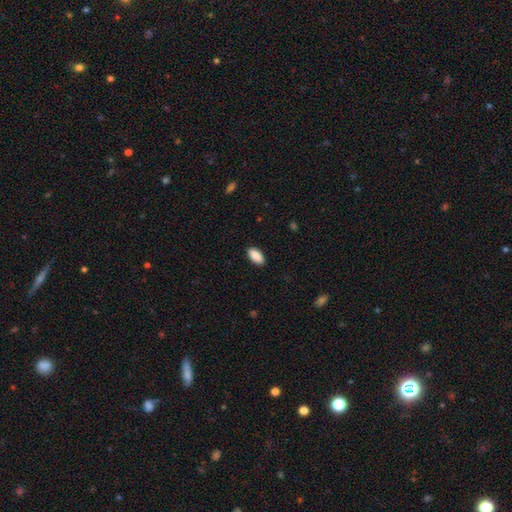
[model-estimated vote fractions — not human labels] Smooth or featured?
  - smooth: 90% *
  - star or artifact: 6%
  - featured or disk: 4%
How rounded?
  - in between: 93% *
  - cigar-shaped: 5%
  - round: 2%
Merging?
  - none: 89% *
  - minor disturbance: 8%
  - major disturbance: 2%
  - merger: 1%